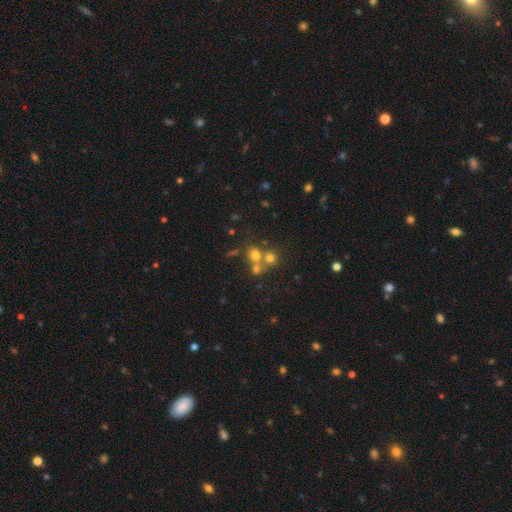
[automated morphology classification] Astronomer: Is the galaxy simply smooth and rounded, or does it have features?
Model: smooth — 60%.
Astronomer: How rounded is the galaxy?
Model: round — 76%.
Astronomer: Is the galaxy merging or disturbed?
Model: merger — 50% (runner-up: none, 38%).